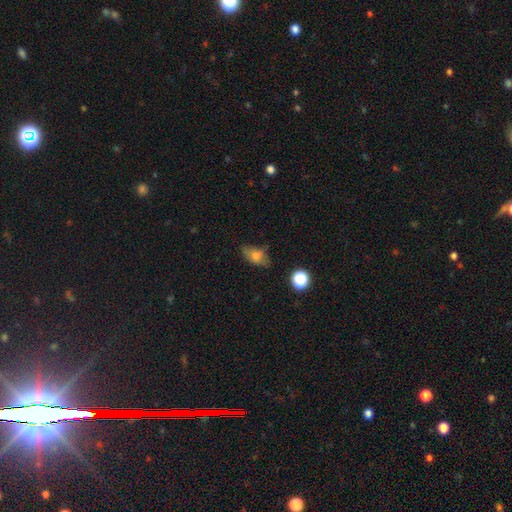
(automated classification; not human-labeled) Overall: smooth (71%). How rounded: in between (83%). Merging: none (62%; minor disturbance 26%).